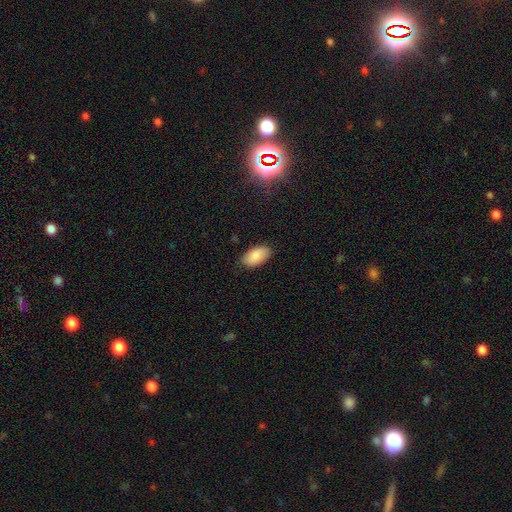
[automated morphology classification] Smooth or featured? Predicted: smooth (p=0.86). How rounded? Predicted: in between (p=0.95). Merging? Predicted: none (p=0.86).